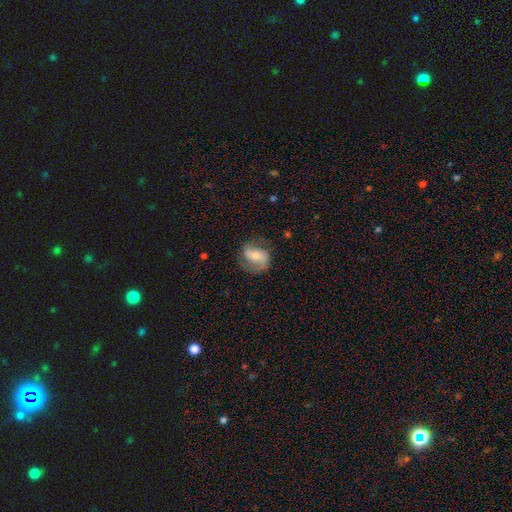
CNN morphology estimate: Smooth or featured: featured or disk — 67% (smooth — 26%)
Edge-on disk: no — 97% (yes — 3%)
Bar: no — 39% (weak — 38%)
Spiral arms: yes — 90% (no — 10%)
Spiral winding: medium — 43% (loose — 39%)
Spiral arm count: 2 — 82% (1 — 8%)
Bulge size: moderate — 51% (small — 38%)
Merging: none — 68% (minor disturbance — 20%)